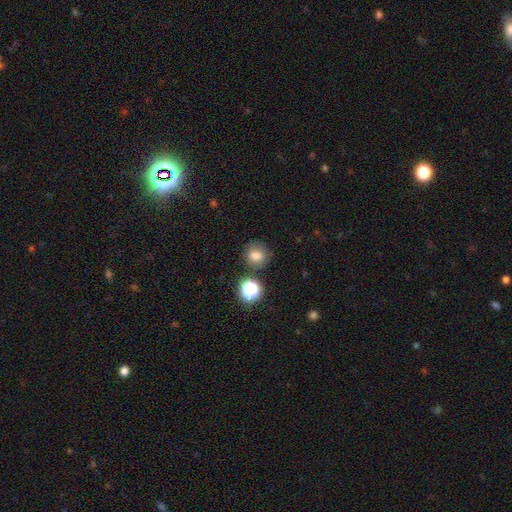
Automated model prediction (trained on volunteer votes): This appears to be a smooth galaxy with no disk features (77%) that is round (85%). Merging: none (78%).